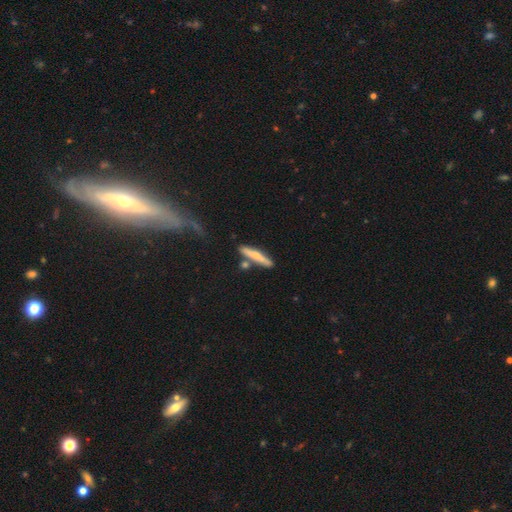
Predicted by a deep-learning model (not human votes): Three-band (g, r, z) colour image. It shows a smooth galaxy with no disk features (60%) that is cigar-shaped (91%). Merging: none (77%).